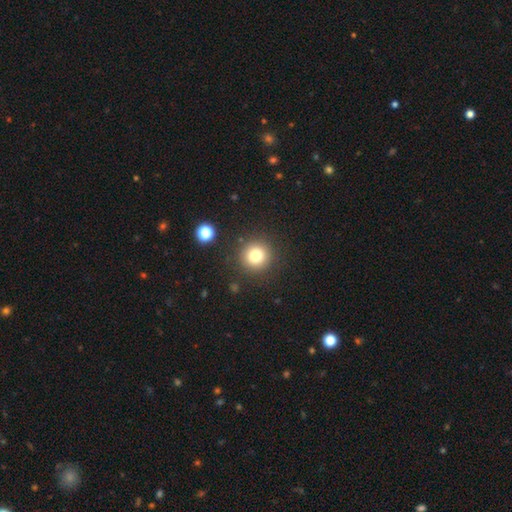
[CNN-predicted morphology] This is likely a smooth galaxy (78%). How rounded: clearly round (95%). Merging: clearly none (89%).